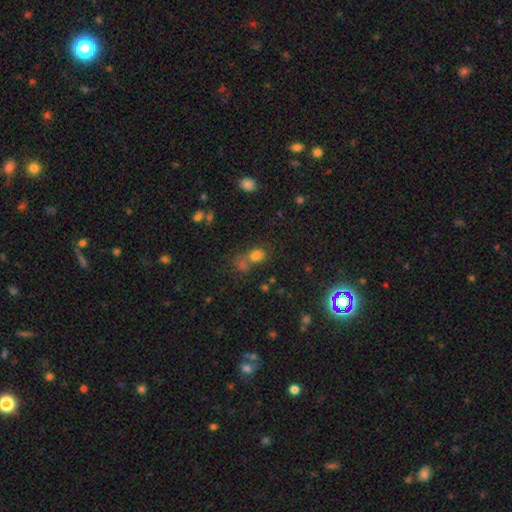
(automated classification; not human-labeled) This is likely a smooth galaxy (70%). How rounded: possibly round (51%). Merging: possibly none (45%).